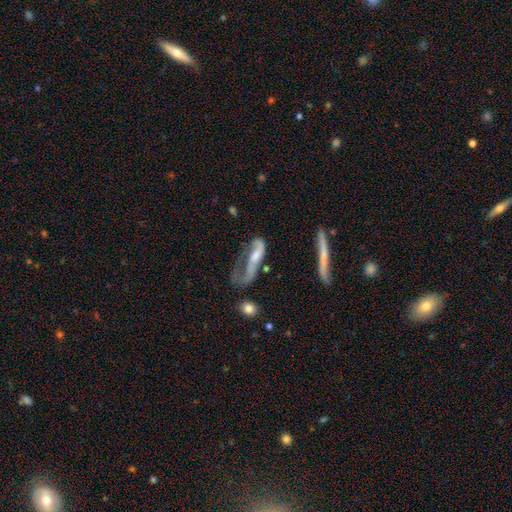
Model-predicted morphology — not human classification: smooth-or-featured: featured or disk: 58% | smooth: 33% | star or artifact: 8%
  disk-edge-on: no: 81% | yes: 19%
  merging: major disturbance: 58% | none: 17% | minor disturbance: 15% | merger: 11%